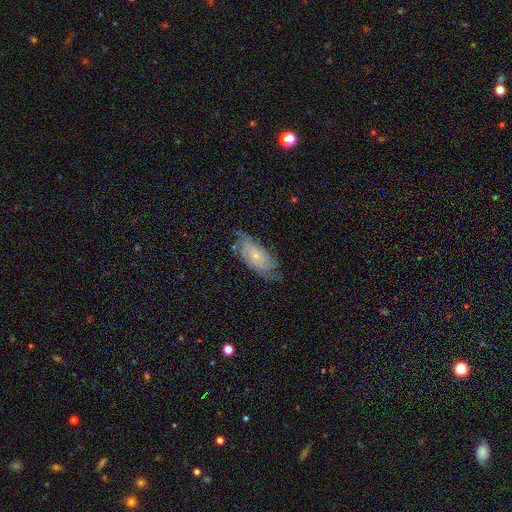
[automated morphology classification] Q: Smooth or featured?
A: featured or disk (75%); runner-up: smooth (18%)
Q: Edge-on disk?
A: no (93%); runner-up: yes (7%)
Q: Bar?
A: no (76%); runner-up: weak (20%)
Q: Spiral arms?
A: yes (93%); runner-up: no (7%)
Q: Spiral winding?
A: tight (64%); runner-up: medium (27%)
Q: Spiral arm count?
A: can't tell (42%); runner-up: 2 (17%)
Q: Bulge size?
A: small (76%); runner-up: moderate (19%)
Q: Merging?
A: none (70%); runner-up: minor disturbance (21%)